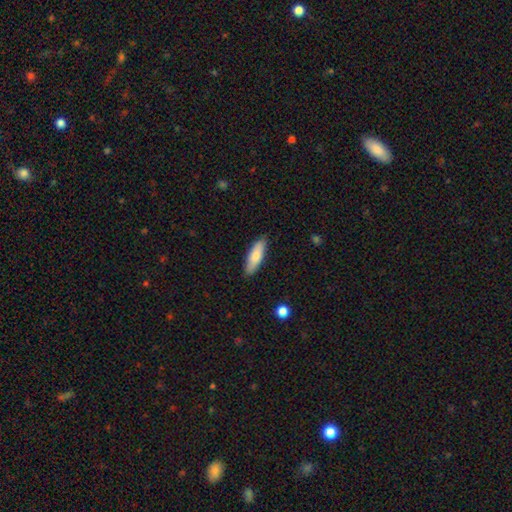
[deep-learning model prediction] smooth-or-featured: smooth: 76% | featured or disk: 18% | star or artifact: 6%
  how-rounded: cigar-shaped: 50% | in between: 48% | round: 2%
  merging: none: 87% | minor disturbance: 10% | major disturbance: 2% | merger: 1%